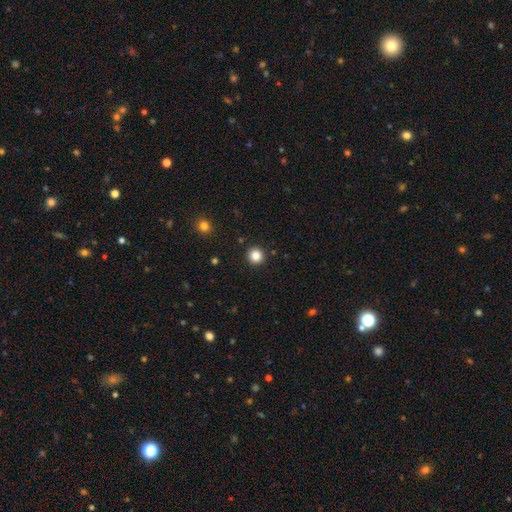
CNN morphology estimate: Overall: smooth (84%). How rounded: round (95%). Merging: none (93%).